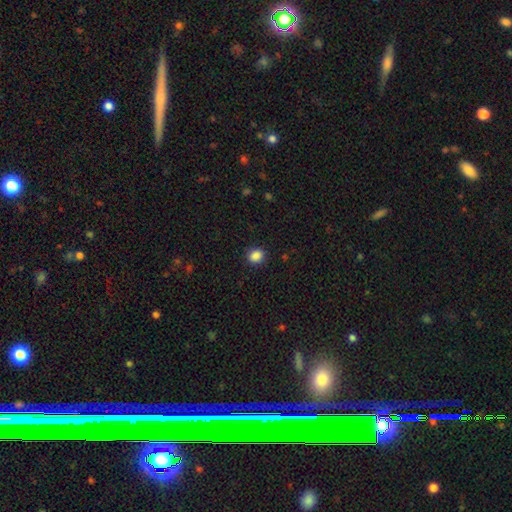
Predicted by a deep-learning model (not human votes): Smooth or featured: smooth — 87% (star or artifact — 10%)
How rounded: round — 74% (in between — 25%)
Merging: none — 90% (minor disturbance — 7%)